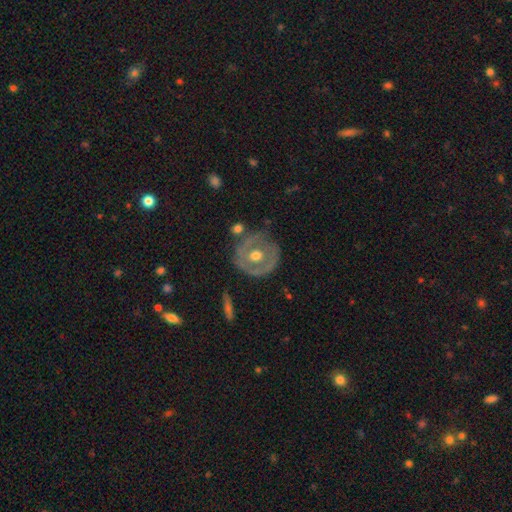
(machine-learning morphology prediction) Smooth or featured? featured or disk (64%)
Edge-on disk? no (95%)
Bar? no (75%)
Spiral arms? no (64%)
Bulge size? moderate (80%)
Merging? none (69%)